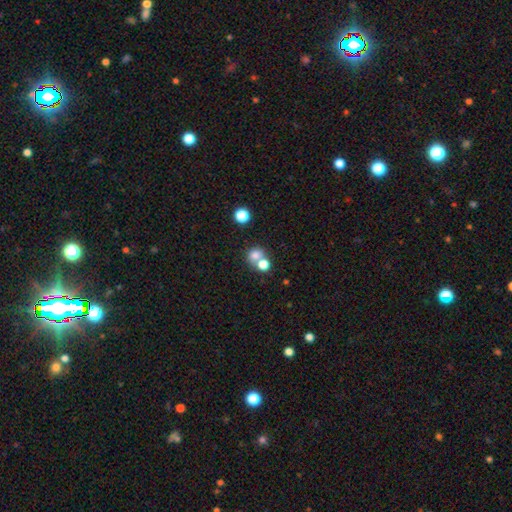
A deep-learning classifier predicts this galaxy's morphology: type=smooth (76%); roundness=round (70%); merging=merger (46%).